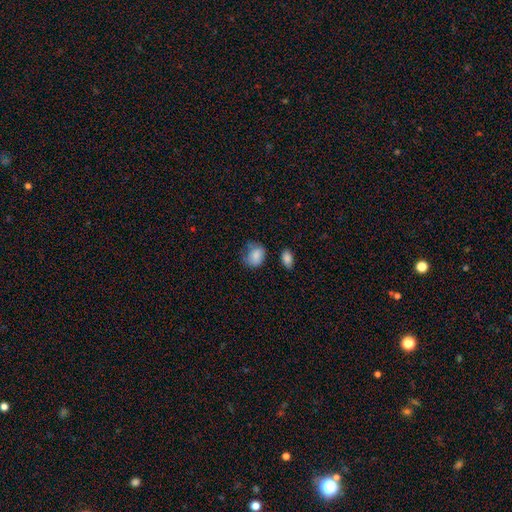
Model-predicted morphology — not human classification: Smooth or featured? Predicted: smooth (p=0.83). How rounded? Predicted: in between (p=0.53). Merging? Predicted: none (p=0.53).